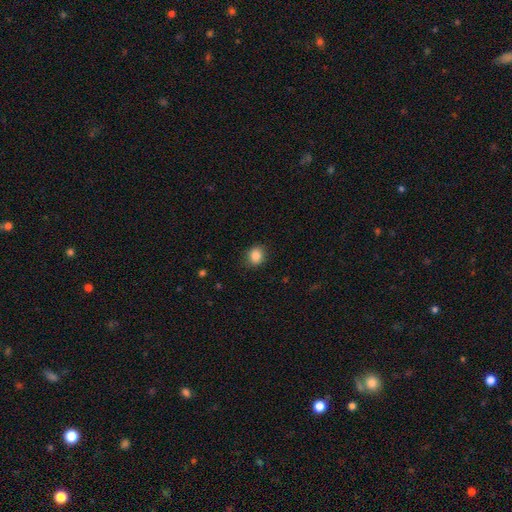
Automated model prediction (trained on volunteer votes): smooth-or-featured: smooth: 86% | star or artifact: 10% | featured or disk: 4%
  how-rounded: round: 69% | in between: 30% | cigar-shaped: 1%
  merging: none: 86% | minor disturbance: 10% | major disturbance: 3% | merger: 1%